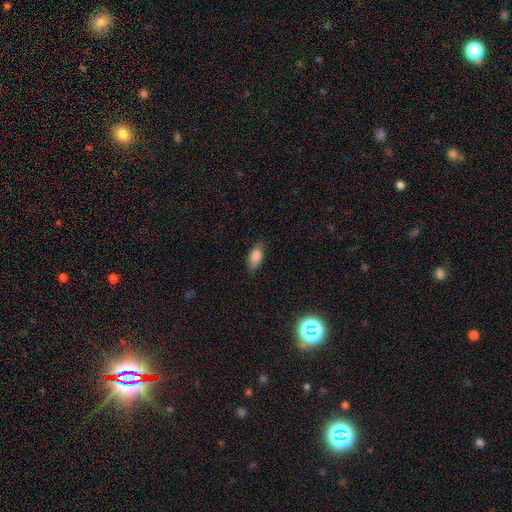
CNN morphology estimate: Smooth or featured?
  - smooth: 84% *
  - star or artifact: 8%
  - featured or disk: 8%
How rounded?
  - in between: 88% *
  - cigar-shaped: 8%
  - round: 4%
Merging?
  - none: 77% *
  - minor disturbance: 18%
  - major disturbance: 4%
  - merger: 1%